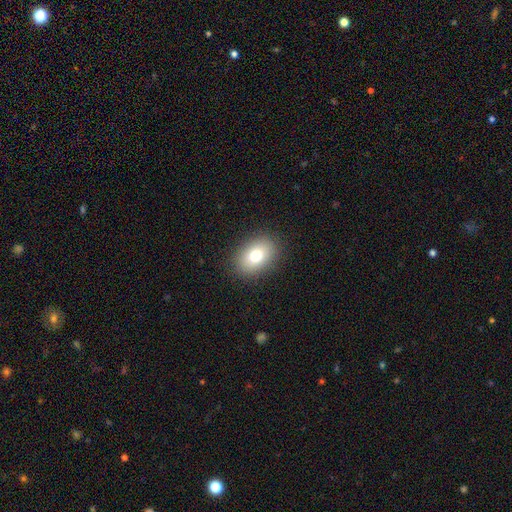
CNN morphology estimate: This appears to be a smooth galaxy with no disk features (78%) that is in between round and cigar-shaped (79%). Merging: none (88%).